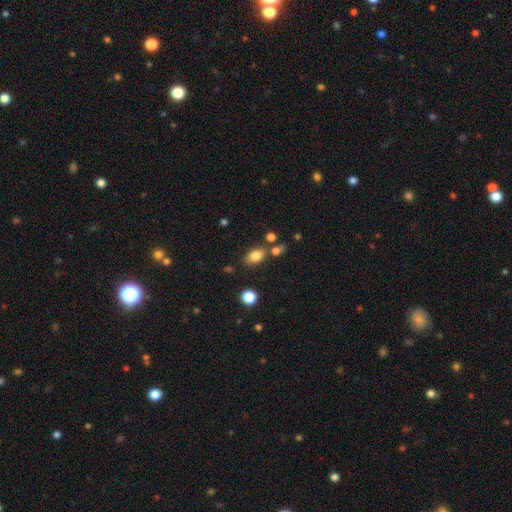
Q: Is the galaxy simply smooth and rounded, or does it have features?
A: smooth — 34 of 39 (87%).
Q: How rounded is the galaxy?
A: in between — 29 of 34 (85%).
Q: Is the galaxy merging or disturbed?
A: none — 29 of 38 (76%).